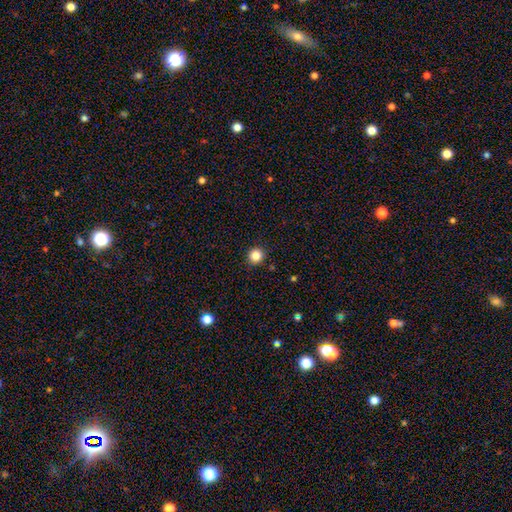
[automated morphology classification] This is clearly a smooth galaxy (84%). How rounded: clearly round (94%). Merging: clearly none (92%).